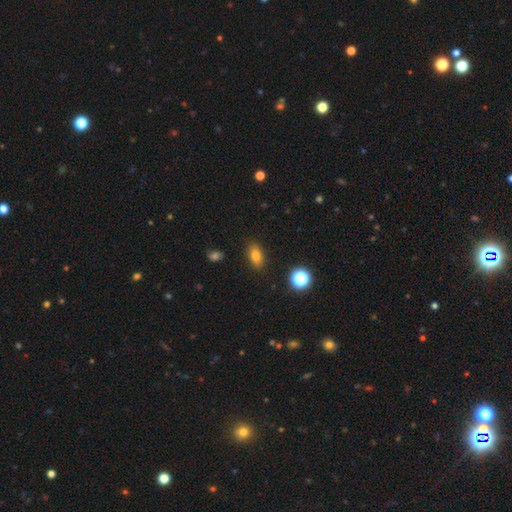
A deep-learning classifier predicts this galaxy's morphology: Smooth or featured? Predicted: smooth (p=0.78). How rounded? Predicted: in between (p=0.82). Merging? Predicted: none (p=0.88).